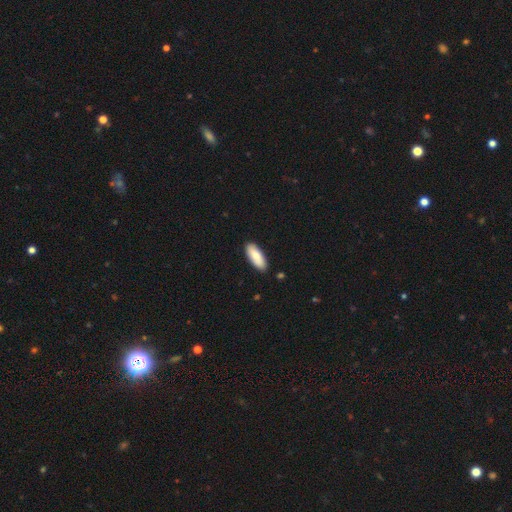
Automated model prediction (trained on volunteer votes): Morphology: type=smooth (81%); roundness=in between (77%); merging=none (88%).